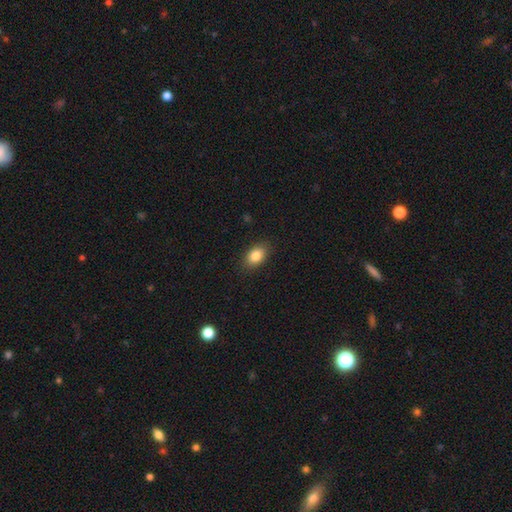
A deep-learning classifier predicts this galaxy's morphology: smooth-or-featured: smooth: 84% | star or artifact: 8% | featured or disk: 7%
  how-rounded: in between: 83% | round: 15% | cigar-shaped: 2%
  merging: none: 87% | minor disturbance: 9% | major disturbance: 2% | merger: 1%